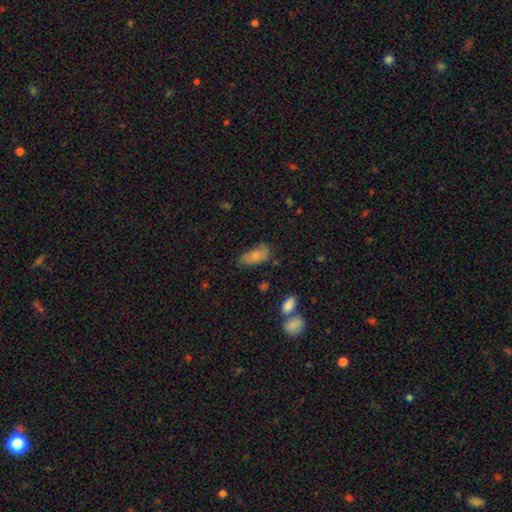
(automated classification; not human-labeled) This appears to be a smooth galaxy with no disk features (74%) that is in between round and cigar-shaped (90%). Merging: none (59%).